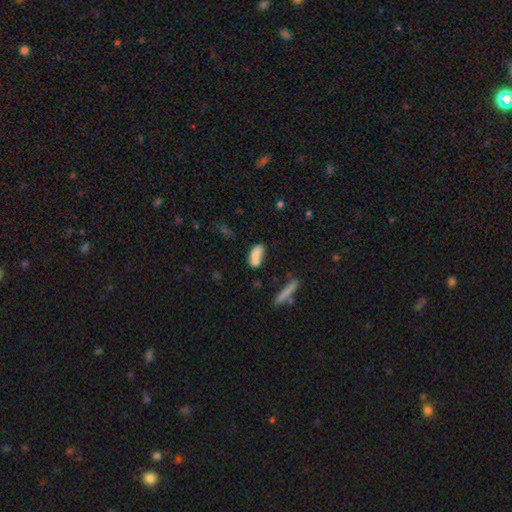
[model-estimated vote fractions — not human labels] A smooth galaxy with no disk features (75%) that is in between round and cigar-shaped (81%).

Vote fractions:
- Smooth or featured? smooth: 75% / featured or disk: 16% / star or artifact: 9%
- How rounded? in between: 81% / cigar-shaped: 14% / round: 5%
- Merging? none: 43% / merger: 30% / minor disturbance: 20% / major disturbance: 8%